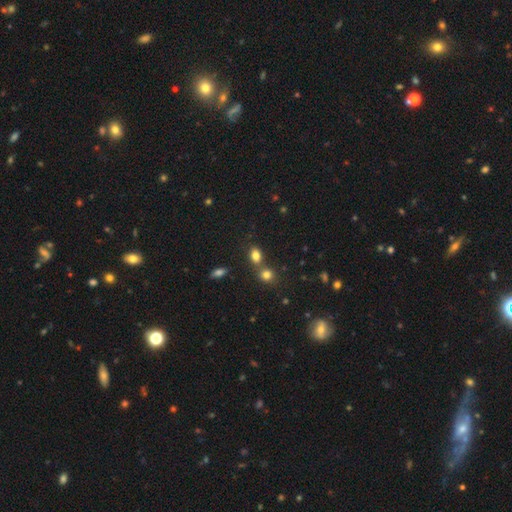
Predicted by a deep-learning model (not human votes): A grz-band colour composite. It shows a smooth galaxy with no disk features (79%) that is in between round and cigar-shaped (73%). Merging: none (56%).